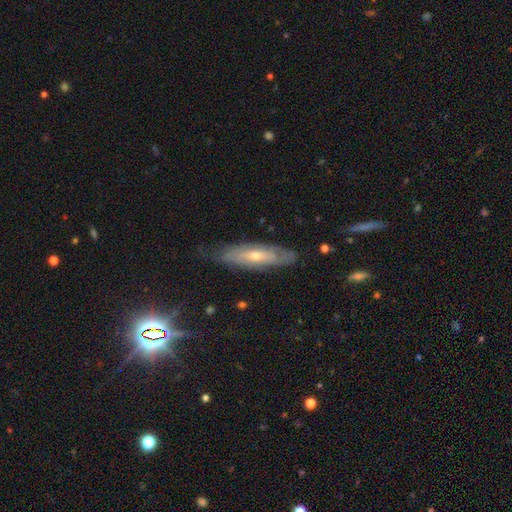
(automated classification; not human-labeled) This appears to be a featured or disk galaxy (60%). Merging: none (70%).